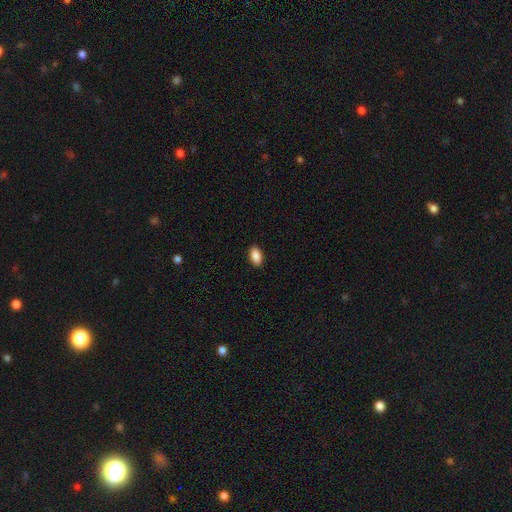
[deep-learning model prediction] smooth-or-featured: smooth: 89% | star or artifact: 7% | featured or disk: 4%
  how-rounded: in between: 92% | round: 5% | cigar-shaped: 3%
  merging: none: 90% | minor disturbance: 7% | major disturbance: 2% | merger: 1%